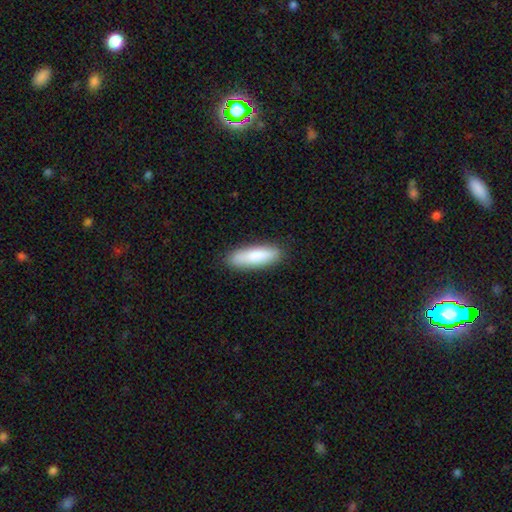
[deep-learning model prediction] A smooth galaxy with no disk features (82%) that is cigar-shaped (59%).

Vote fractions:
- Smooth or featured? smooth: 82% / featured or disk: 12% / star or artifact: 5%
- How rounded? cigar-shaped: 59% / in between: 40% / round: 2%
- Merging? none: 88% / minor disturbance: 9% / major disturbance: 2% / merger: 1%